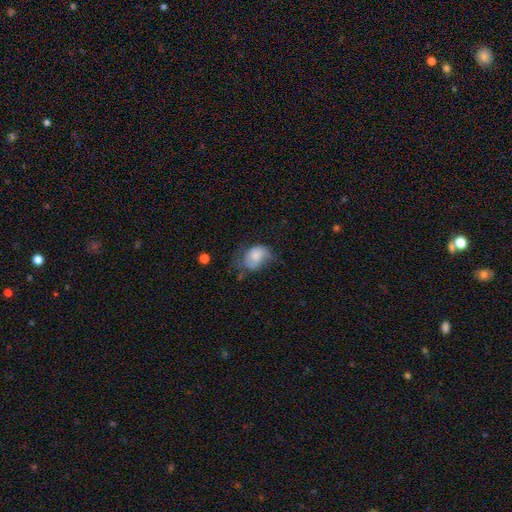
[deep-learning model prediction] smooth_or_featured: smooth (p=0.59) [alt: featured or disk p=0.32]
how_rounded: in between (p=0.73) [alt: round p=0.26]
merging: none (p=0.37) [alt: minor disturbance p=0.35]